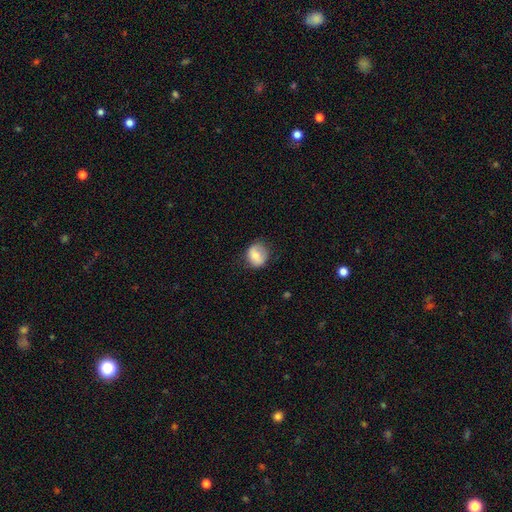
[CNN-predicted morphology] This appears to be a smooth galaxy with no disk features (70%) that is round (67%). Merging: none (71%).